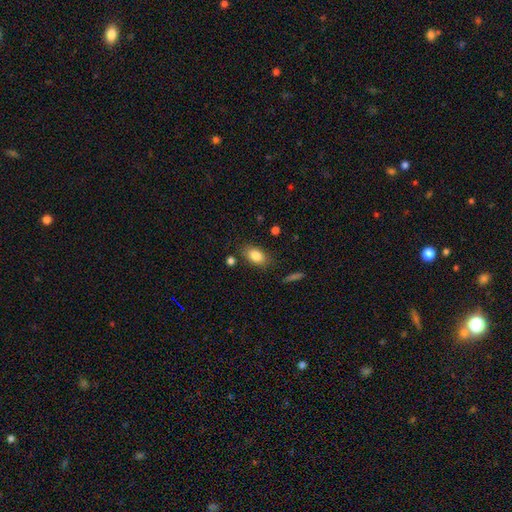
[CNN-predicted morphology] This appears to be a smooth galaxy with no disk features (84%) that is in between round and cigar-shaped (89%). Merging: none (80%).